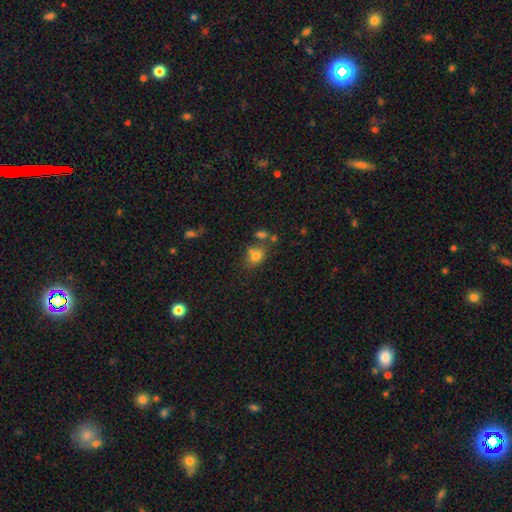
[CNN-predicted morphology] Smooth or featured: smooth — 76% (star or artifact — 14%)
How rounded: in between — 59% (round — 39%)
Merging: none — 56% (merger — 20%)